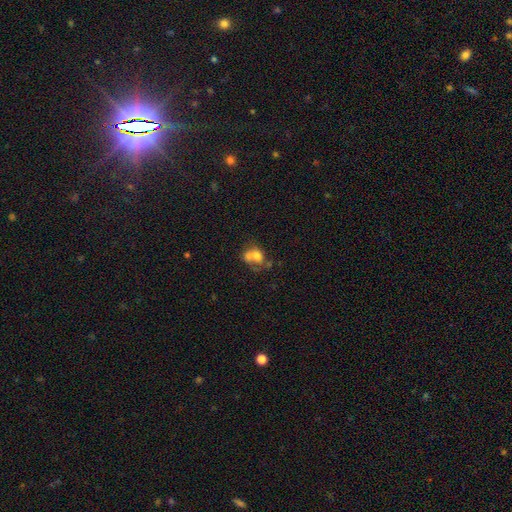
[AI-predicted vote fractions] Smooth or featured? smooth (63%)
How rounded? in between (50%)
Merging? merger (60%)